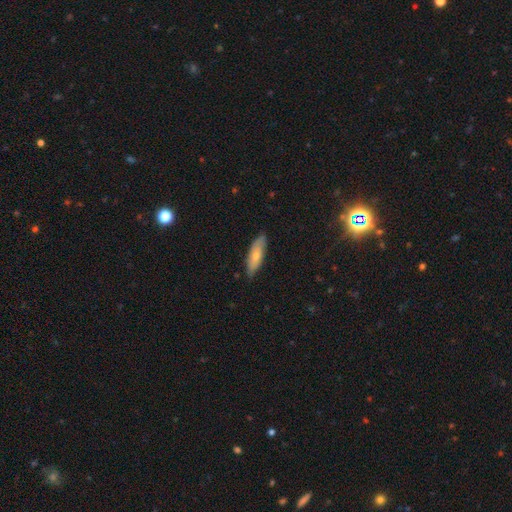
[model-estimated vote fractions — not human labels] This is likely a smooth galaxy (70%). How rounded: possibly in between (51%). Merging: likely none (80%).